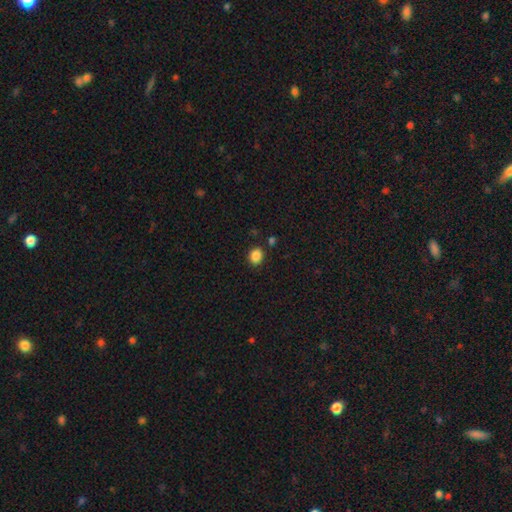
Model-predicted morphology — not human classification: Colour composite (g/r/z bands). It shows a smooth galaxy with no disk features (87%) that is round (56%). Merging: none (85%).